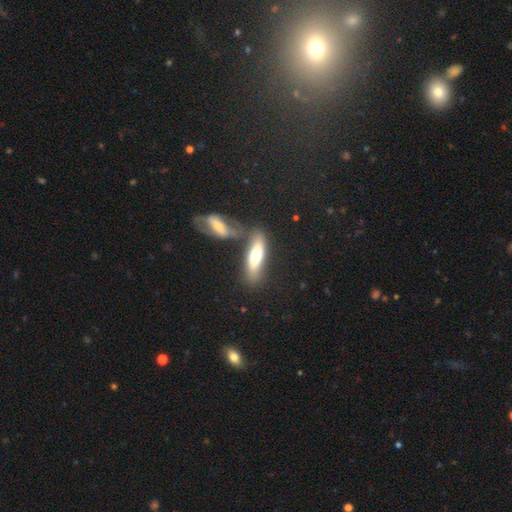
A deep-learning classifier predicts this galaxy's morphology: This appears to be a smooth galaxy with no disk features (56%) that is in between round and cigar-shaped (49%). Merging: none (49%).